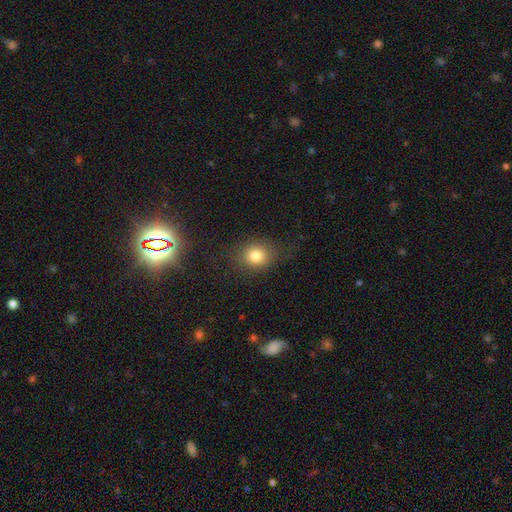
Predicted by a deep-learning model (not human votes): This appears to be a smooth galaxy with no disk features (80%) that is round (70%). Merging: none (80%).